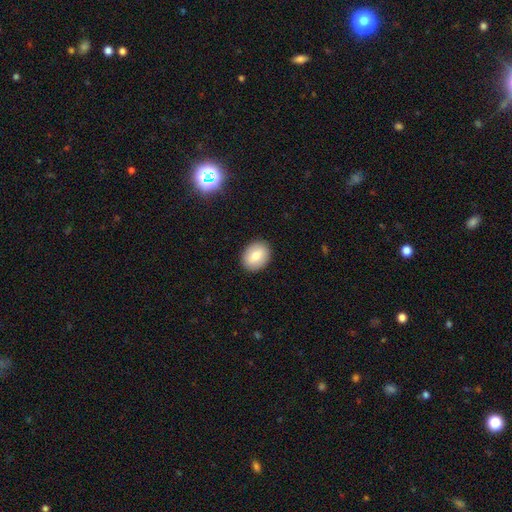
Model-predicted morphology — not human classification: The model was most divided on "how rounded": in between: 57%, round: 42%, cigar-shaped: 1%. More confident: merging — none (90%); smooth or featured — smooth (78%).